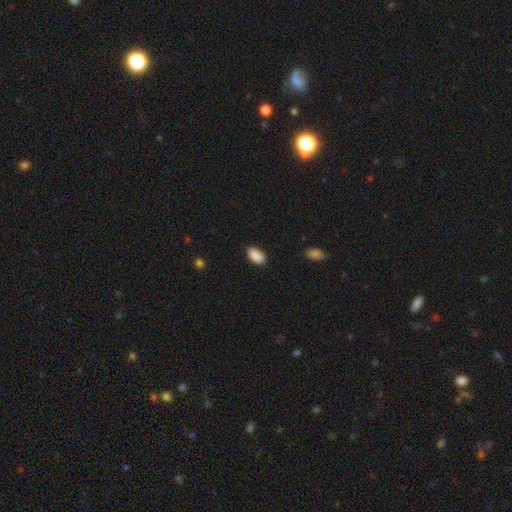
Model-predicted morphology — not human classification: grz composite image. It shows a smooth galaxy with no disk features (90%) that is in between round and cigar-shaped (93%). Merging: none (83%).